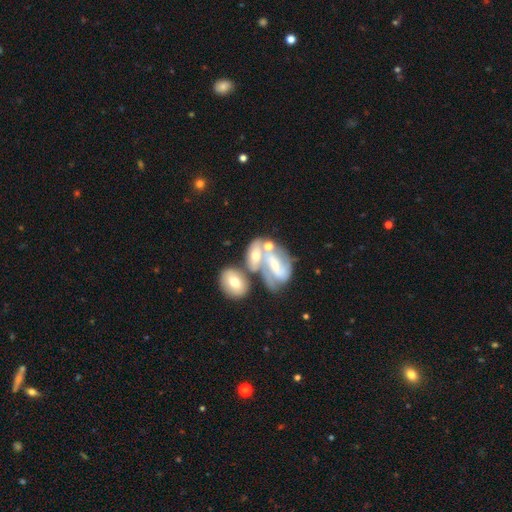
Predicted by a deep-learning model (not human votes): This appears to be a featured or disk galaxy (60%) with no bar (49%), spiral arms (63%) and a small central bulge (46%). Merging: merger (51%).